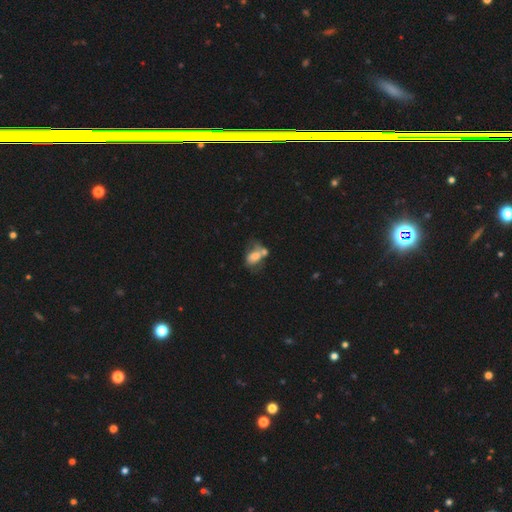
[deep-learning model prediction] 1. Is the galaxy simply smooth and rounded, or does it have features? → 64% smooth, 26% featured or disk, 11% star or artifact.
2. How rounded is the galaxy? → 80% in between, 18% round, 2% cigar-shaped.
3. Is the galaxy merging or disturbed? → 39% merger, 23% none, 19% major disturbance, 18% minor disturbance.